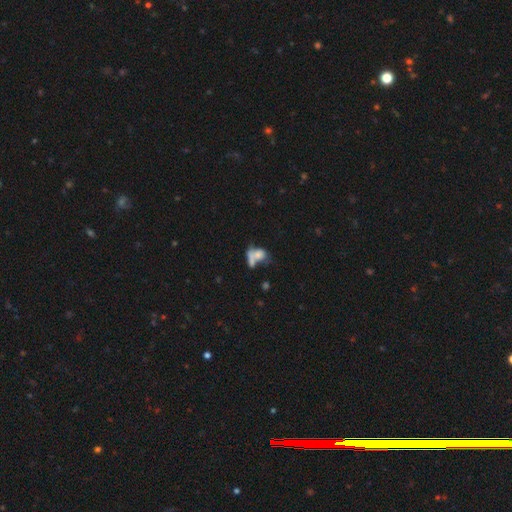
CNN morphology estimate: type=smooth (67%); roundness=in between (63%); merging=merger (53%).